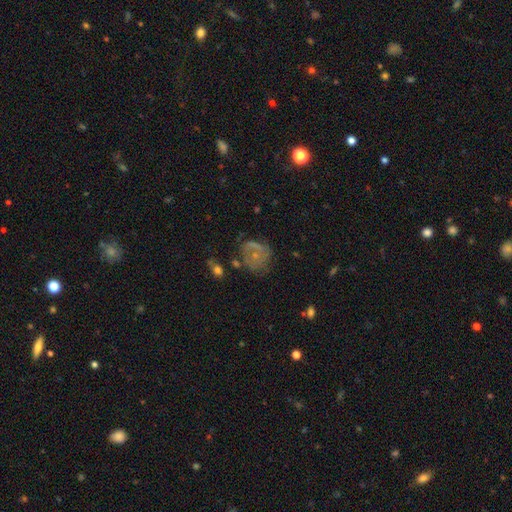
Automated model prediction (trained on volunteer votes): Q: Smooth or featured?
A: featured or disk (46%); runner-up: smooth (39%)
Q: Merging?
A: none (50%); runner-up: minor disturbance (23%)